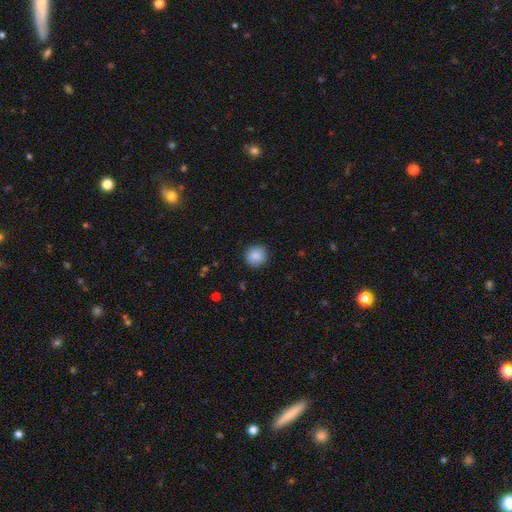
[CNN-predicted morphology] Smooth or featured: smooth — 88% (star or artifact — 8%)
How rounded: round — 89% (in between — 10%)
Merging: none — 88% (minor disturbance — 8%)